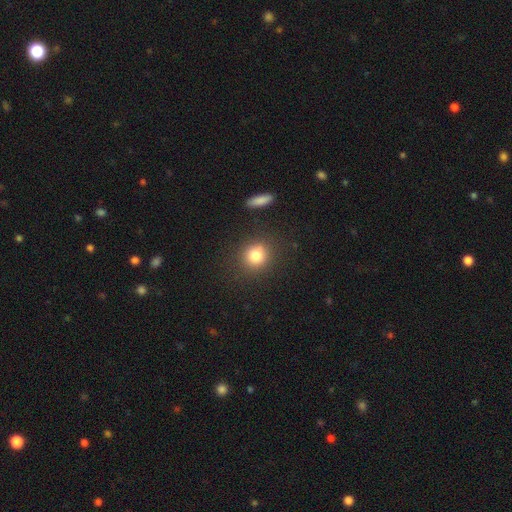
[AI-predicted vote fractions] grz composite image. It shows a smooth galaxy with no disk features (81%) that is round (80%). Merging: none (83%).